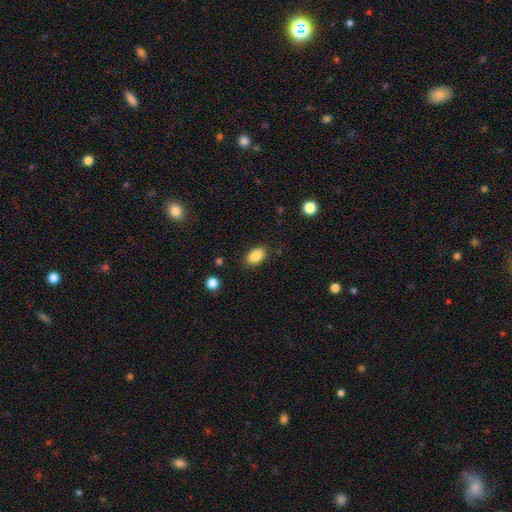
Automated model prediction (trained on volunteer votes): smooth 88%, star or artifact 8%, featured or disk 4%. Down the decision tree: how rounded — in between (88%); merging — none (84%).